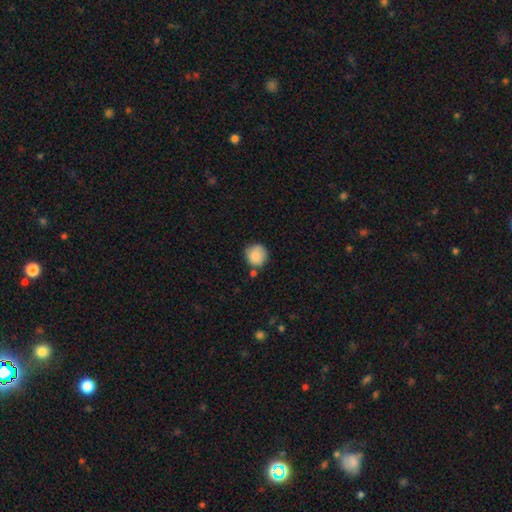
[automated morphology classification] A smooth galaxy with no disk features (86%) that is round (91%). Merging: none (70%).